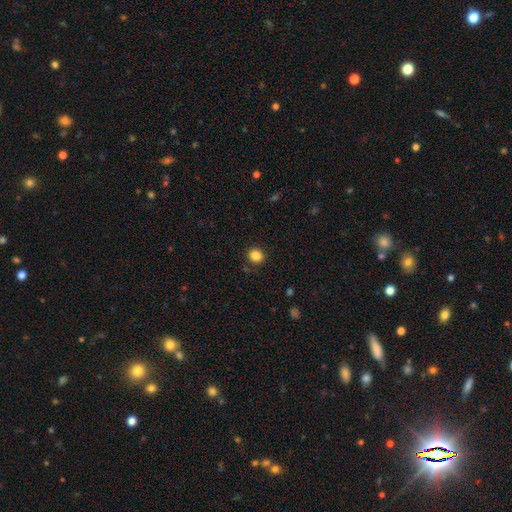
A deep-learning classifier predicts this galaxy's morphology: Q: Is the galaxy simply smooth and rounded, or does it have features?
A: smooth — 86%.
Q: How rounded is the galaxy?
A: round — 81%.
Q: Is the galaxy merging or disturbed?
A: none — 88%.